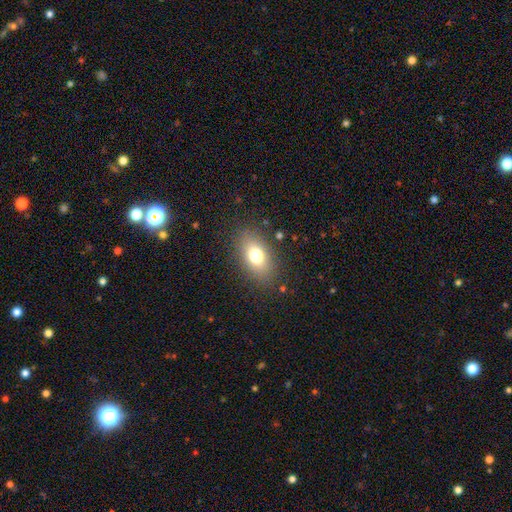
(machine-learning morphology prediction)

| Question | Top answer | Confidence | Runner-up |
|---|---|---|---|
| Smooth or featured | smooth | 75% | featured or disk (15%) |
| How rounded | in between | 85% | round (11%) |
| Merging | none | 84% | minor disturbance (11%) |